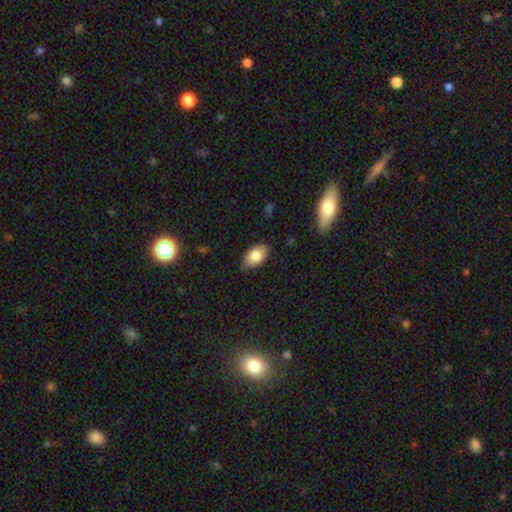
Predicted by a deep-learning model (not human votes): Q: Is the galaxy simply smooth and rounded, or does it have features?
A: smooth — 83%.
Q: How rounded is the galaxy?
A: in between — 92%.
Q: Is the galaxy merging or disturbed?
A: none — 79%.